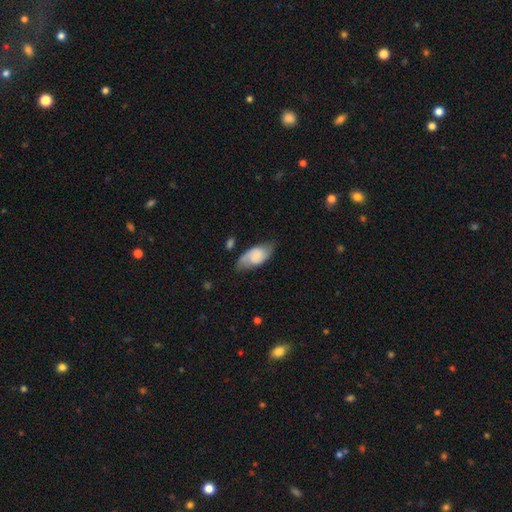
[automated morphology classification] A smooth galaxy with no disk features (55%) that is in between round and cigar-shaped (92%). Merging: none (63%).